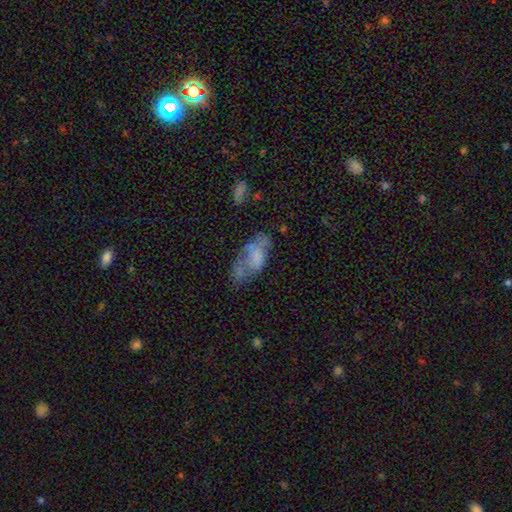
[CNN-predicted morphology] A smooth galaxy with no disk features (55%) that is in between round and cigar-shaped (88%). Merging: none (35%).